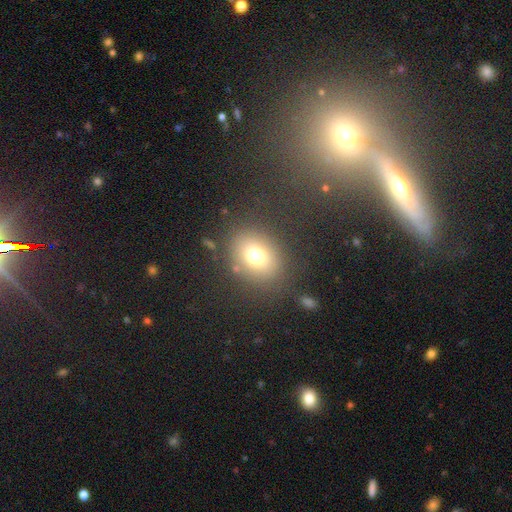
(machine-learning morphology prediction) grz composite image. It shows a smooth galaxy with no disk features (74%) that is round (55%). Merging: none (80%).